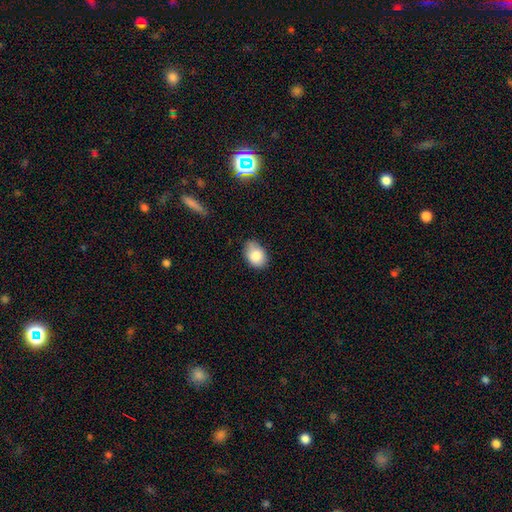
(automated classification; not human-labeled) Q: Smooth or featured?
A: smooth (84%); runner-up: featured or disk (8%)
Q: How rounded?
A: in between (80%); runner-up: round (19%)
Q: Merging?
A: none (72%); runner-up: minor disturbance (24%)